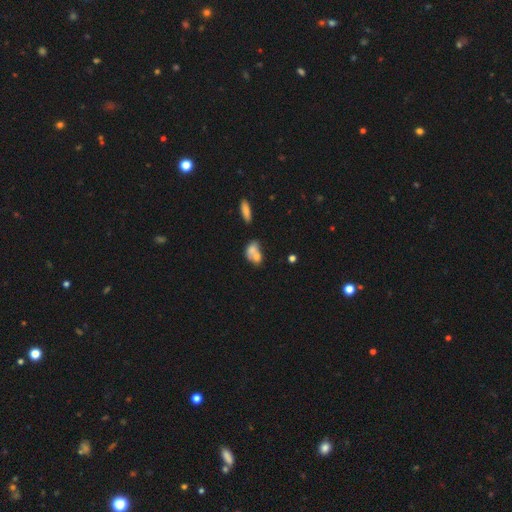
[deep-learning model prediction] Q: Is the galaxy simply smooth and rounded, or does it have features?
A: smooth — 66%.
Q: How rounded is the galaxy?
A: in between — 72%.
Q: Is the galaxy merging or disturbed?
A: merger — 62%.